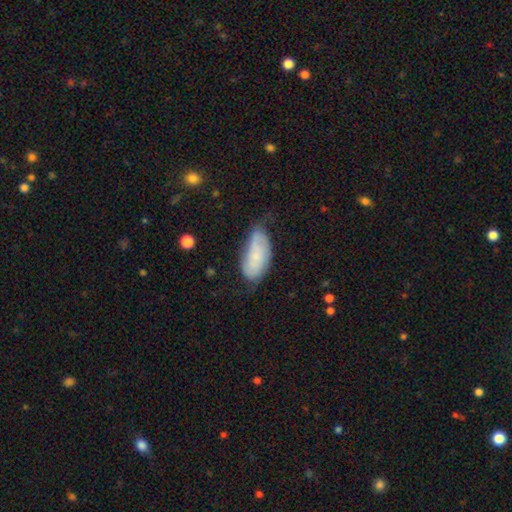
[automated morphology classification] Smooth or featured? smooth (64%)
How rounded? in between (90%)
Merging? none (50%)